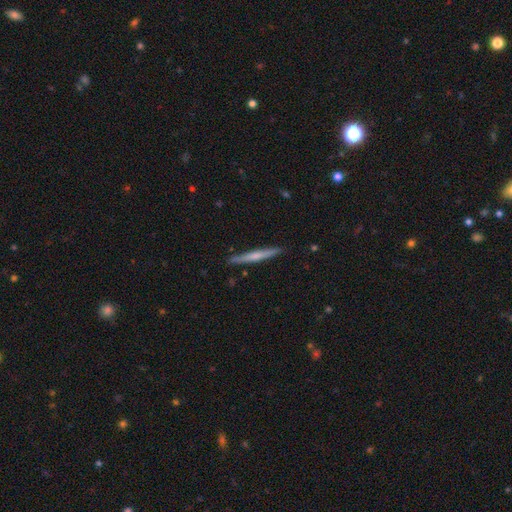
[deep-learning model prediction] Smooth or featured? featured or disk (47%, tied with smooth)
Merging? none (90%)